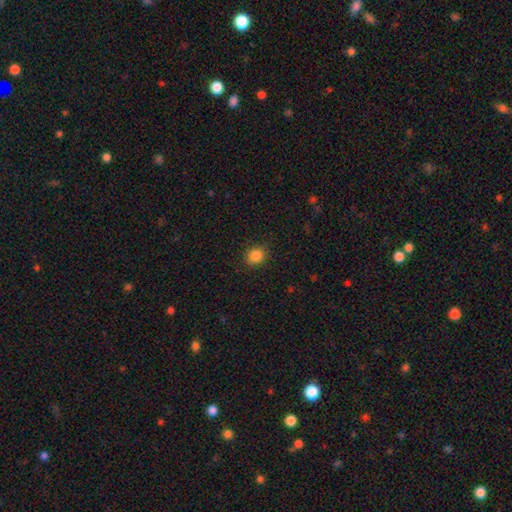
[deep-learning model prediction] Smooth or featured: smooth — 86% (star or artifact — 10%)
How rounded: round — 70% (in between — 29%)
Merging: none — 88% (minor disturbance — 8%)